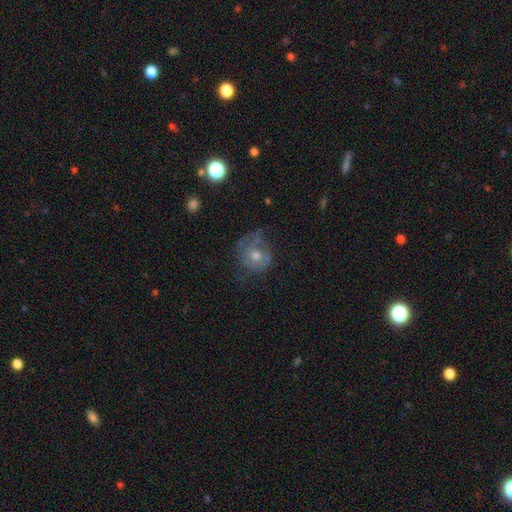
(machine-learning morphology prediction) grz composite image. It shows a featured or disk galaxy (52%) with no bar (80%), spiral arms (65%) and a moderate central bulge (61%). Merging: none (53%).